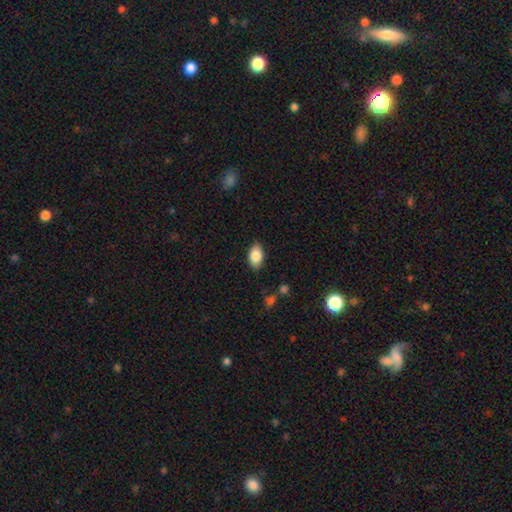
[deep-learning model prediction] Q: Smooth or featured?
A: smooth (86%); runner-up: star or artifact (7%)
Q: How rounded?
A: in between (92%); runner-up: round (6%)
Q: Merging?
A: none (85%); runner-up: minor disturbance (12%)